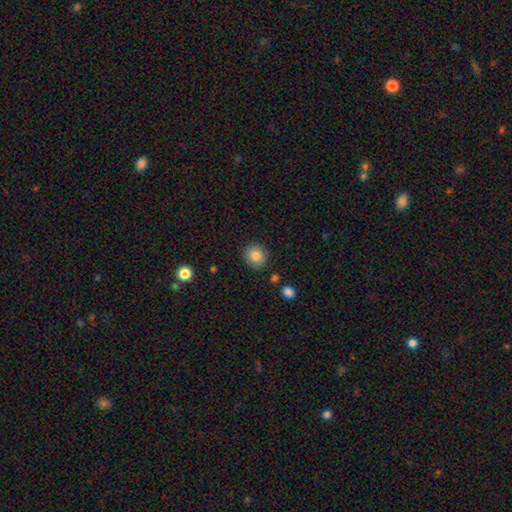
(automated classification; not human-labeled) This is clearly a smooth galaxy (84%). How rounded: clearly round (89%). Merging: clearly none (89%).